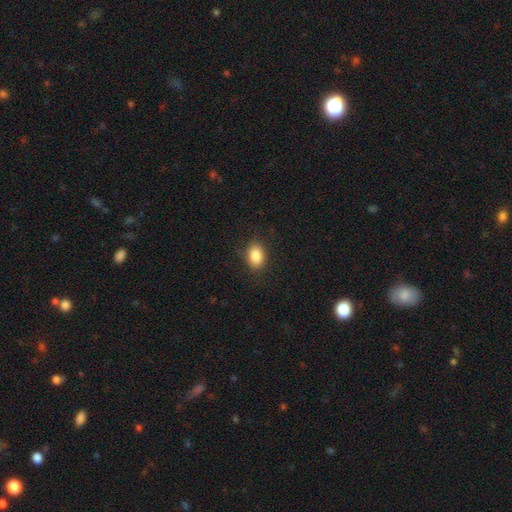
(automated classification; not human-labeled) This appears to be a smooth galaxy with no disk features (86%) that is in between round and cigar-shaped (82%). Merging: none (86%).